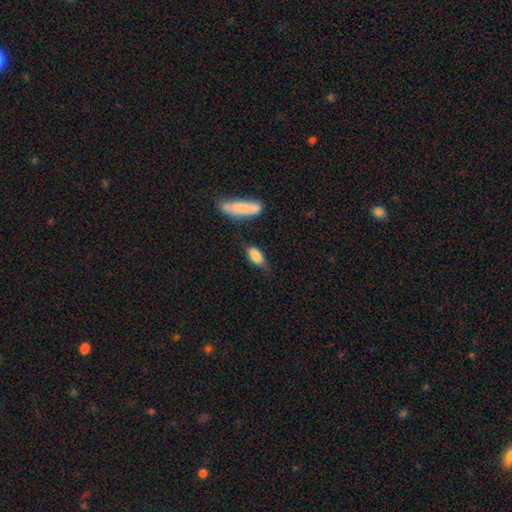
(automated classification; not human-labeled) Smooth or featured? Predicted: smooth (p=0.84). How rounded? Predicted: in between (p=0.82). Merging? Predicted: none (p=0.57).